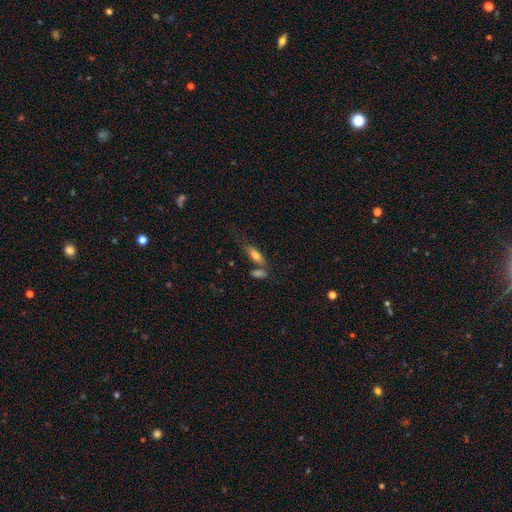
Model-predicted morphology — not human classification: Smooth or featured: smooth — 71% (featured or disk — 22%)
How rounded: in between — 62% (cigar-shaped — 35%)
Merging: none — 54% (merger — 24%)